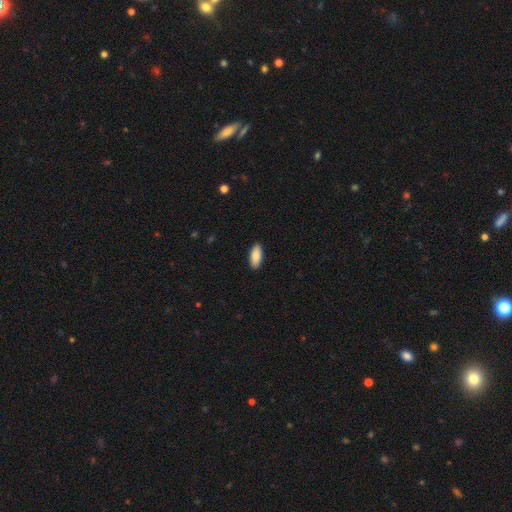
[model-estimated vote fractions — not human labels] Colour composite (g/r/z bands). It shows a smooth galaxy with no disk features (85%) that is in between round and cigar-shaped (84%). Merging: none (91%).